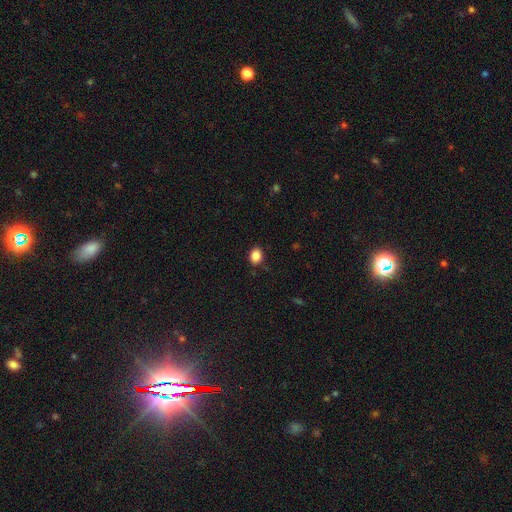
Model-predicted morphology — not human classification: The model was most divided on "how rounded": in between: 56%, round: 43%, cigar-shaped: 1%. More confident: smooth or featured — smooth (86%); merging — none (84%).